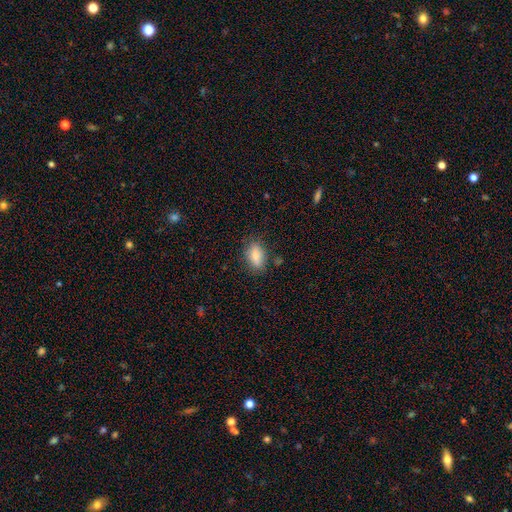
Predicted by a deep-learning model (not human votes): A smooth galaxy with no disk features (83%) that is in between round and cigar-shaped (87%).

Vote fractions:
- Smooth or featured? smooth: 83% / featured or disk: 9% / star or artifact: 8%
- How rounded? in between: 87% / round: 7% / cigar-shaped: 6%
- Merging? none: 79% / minor disturbance: 15% / major disturbance: 4% / merger: 2%